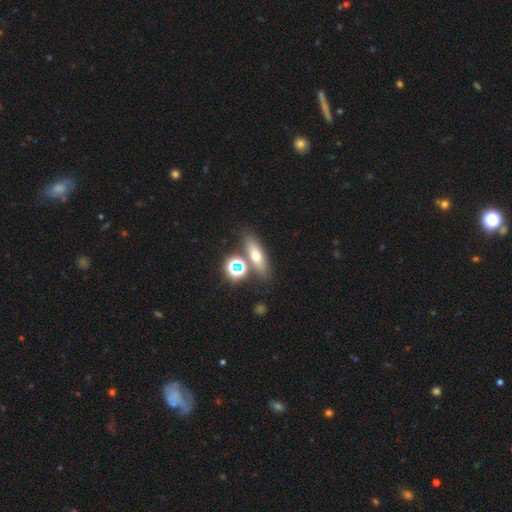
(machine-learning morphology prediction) A smooth galaxy with no disk features (54%) that is in between round and cigar-shaped (44%).

Vote fractions:
- Smooth or featured? smooth: 54% / featured or disk: 27% / star or artifact: 19%
- How rounded? in between: 44% / cigar-shaped: 39% / round: 17%
- Merging? none: 73% / merger: 14% / minor disturbance: 10% / major disturbance: 4%